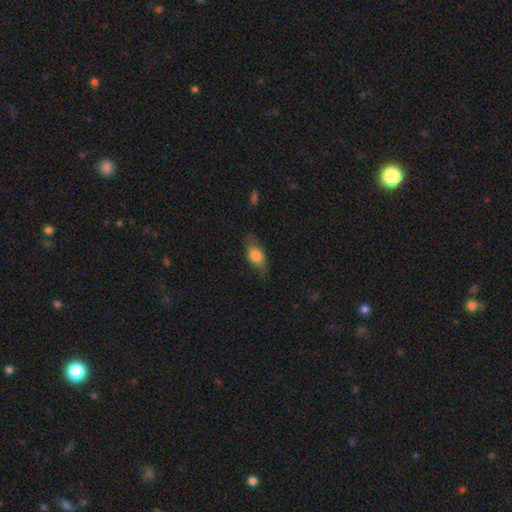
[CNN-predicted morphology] Smooth or featured: smooth — 69% (featured or disk — 24%)
How rounded: in between — 79% (cigar-shaped — 12%)
Merging: none — 69% (minor disturbance — 23%)